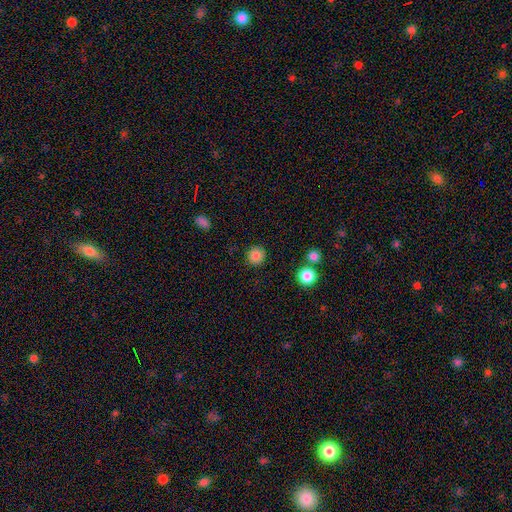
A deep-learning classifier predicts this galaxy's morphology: This appears to be a smooth galaxy with no disk features (86%) that is round (93%). Merging: none (89%).